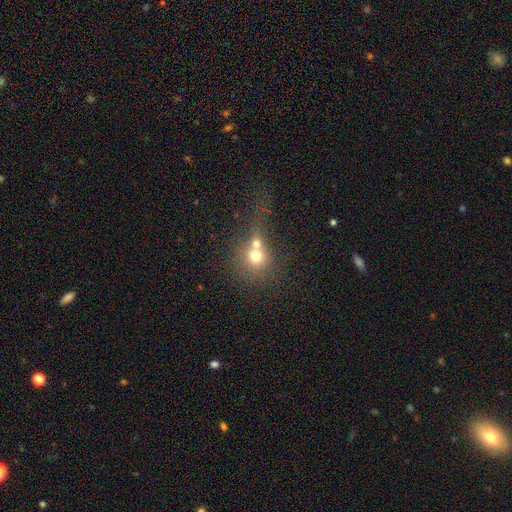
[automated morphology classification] Smooth or featured?
  - smooth: 66% *
  - featured or disk: 21%
  - star or artifact: 13%
How rounded?
  - round: 82% *
  - in between: 17%
  - cigar-shaped: 1%
Merging?
  - merger: 62% *
  - none: 26%
  - minor disturbance: 6%
  - major disturbance: 6%